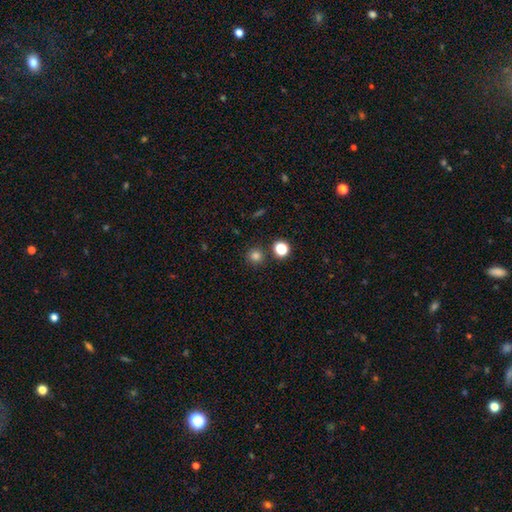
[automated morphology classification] This appears to be a smooth galaxy with no disk features (80%) that is round (94%). Merging: none (86%).